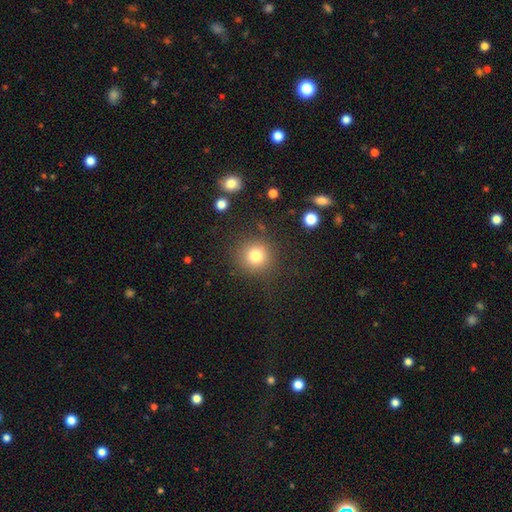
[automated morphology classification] Smooth or featured? smooth (79%)
How rounded? round (93%)
Merging? none (85%)